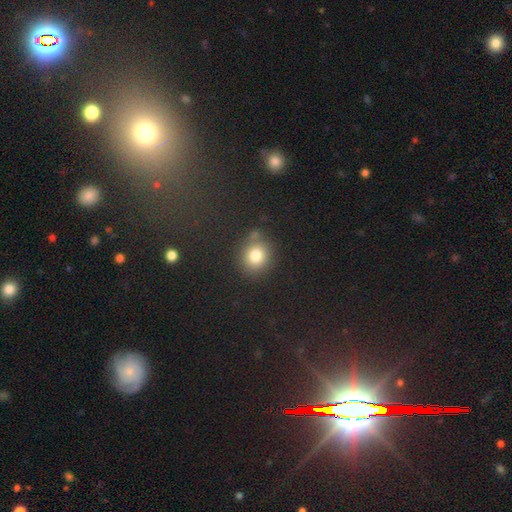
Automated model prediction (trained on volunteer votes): Smooth or featured? smooth (79%)
How rounded? round (81%)
Merging? none (75%)